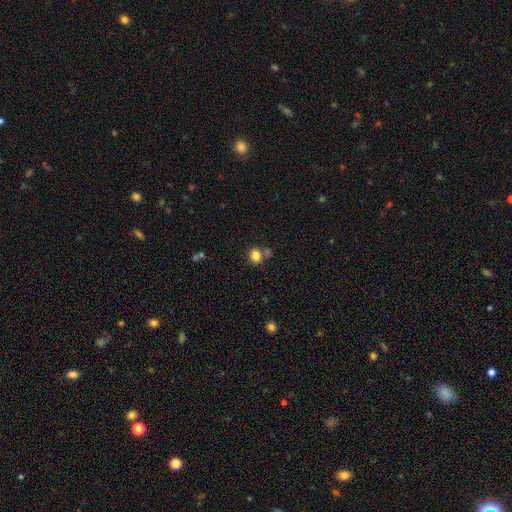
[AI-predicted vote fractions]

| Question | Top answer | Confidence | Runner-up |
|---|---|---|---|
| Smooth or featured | smooth | 83% | star or artifact (11%) |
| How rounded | round | 66% | in between (33%) |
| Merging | none | 64% | merger (20%) |